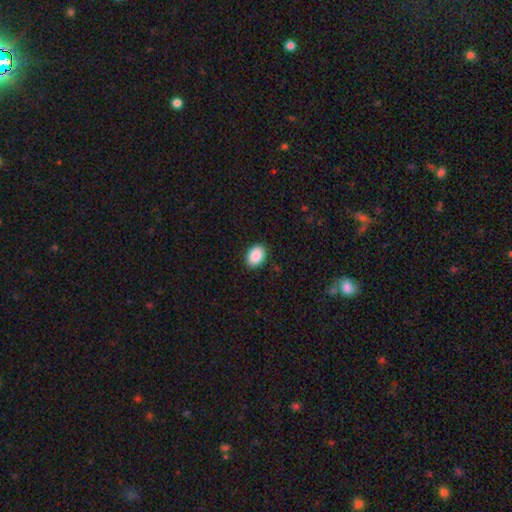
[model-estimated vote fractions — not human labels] Smooth or featured?
  - smooth: 89% *
  - star or artifact: 7%
  - featured or disk: 3%
How rounded?
  - in between: 79% *
  - round: 20%
  - cigar-shaped: 1%
Merging?
  - none: 90% *
  - minor disturbance: 7%
  - major disturbance: 2%
  - merger: 1%